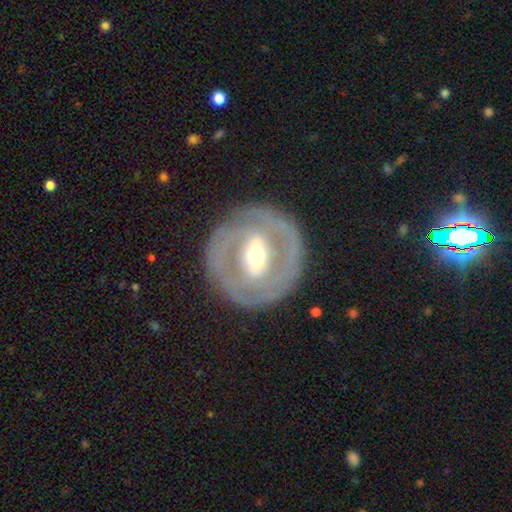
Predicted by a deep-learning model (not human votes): Overall: featured or disk (77%). Edge-on disk: no (91%). Bar: strong (53%; weak 32%). Spiral arms: yes (55%; no 45%). Bulge size: moderate (70%). Merging: none (83%).